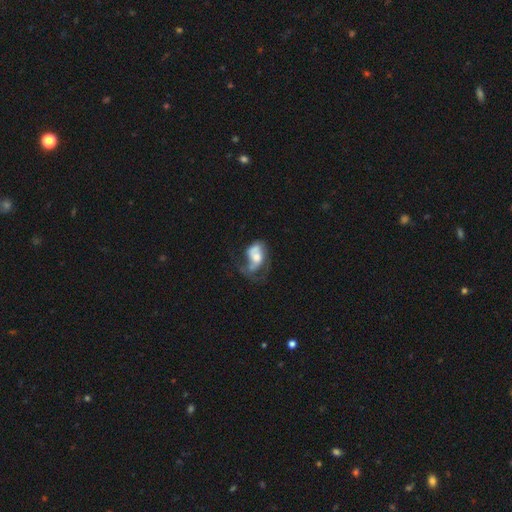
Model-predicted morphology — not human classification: A featured or disk galaxy (54%) with no bar (76%), spiral arms (50%, tied with no) and a moderate central bulge (51%). Merging: major disturbance (48%).